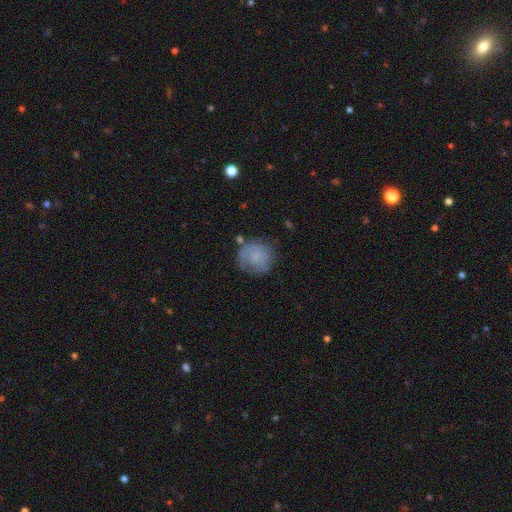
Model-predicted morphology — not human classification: A smooth galaxy with no disk features (59%) that is round (85%).

Vote fractions:
- Smooth or featured? smooth: 59% / featured or disk: 31% / star or artifact: 10%
- How rounded? round: 85% / in between: 14% / cigar-shaped: 1%
- Merging? none: 62% / minor disturbance: 23% / major disturbance: 12% / merger: 3%